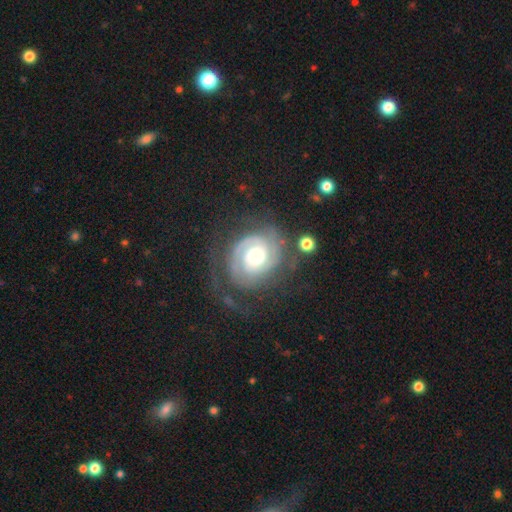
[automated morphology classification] A featured or disk galaxy (86%) with no bar (68%), 2 (48%) tight (66%) spiral arms (96%) and a moderate central bulge (58%).

Vote fractions:
- Smooth or featured? featured or disk: 86% / smooth: 9% / star or artifact: 5%
- Edge-on disk? no: 98% / yes: 2%
- Bar? no: 68% / weak: 26% / strong: 7%
- Spiral arms? yes: 96% / no: 4%
- Spiral winding? tight: 66% / medium: 27% / loose: 7%
- Spiral arm count? 2: 48% / can't tell: 18% / 3: 15% / 1: 11% / 4: 4% / more than 4: 4%
- Bulge size? moderate: 58% / large: 26% / small: 11% / dominant: 3% / none: 1%
- Merging? none: 63% / minor disturbance: 18% / major disturbance: 17% / merger: 3%